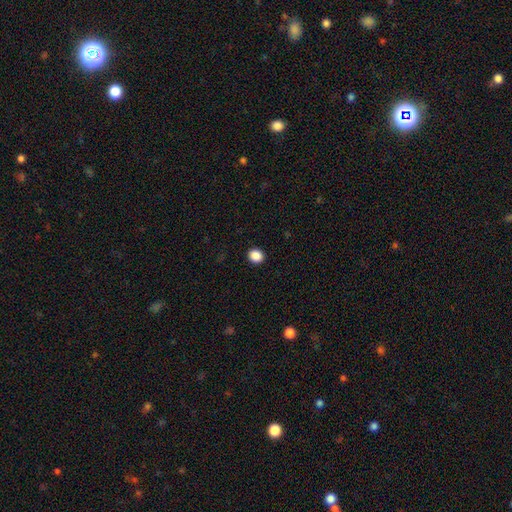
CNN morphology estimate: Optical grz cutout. It shows a smooth galaxy with no disk features (88%) that is round (76%). Merging: none (93%).